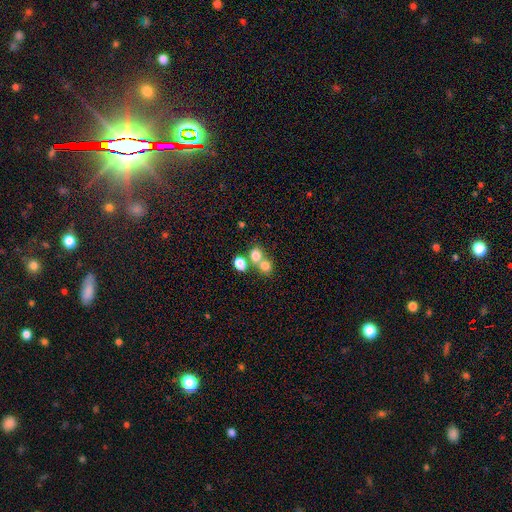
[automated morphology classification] Smooth or featured?
  - smooth: 77% *
  - star or artifact: 13%
  - featured or disk: 11%
How rounded?
  - round: 65% *
  - in between: 34%
  - cigar-shaped: 1%
Merging?
  - merger: 47% *
  - none: 42%
  - minor disturbance: 7%
  - major disturbance: 4%